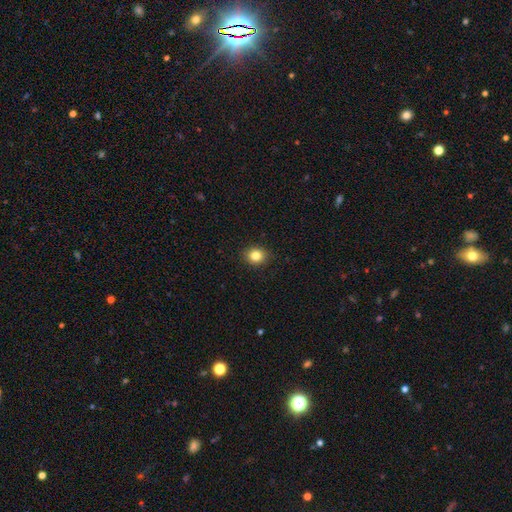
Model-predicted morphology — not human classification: Smooth or featured? Predicted: smooth (p=0.83). How rounded? Predicted: round (p=0.71). Merging? Predicted: none (p=0.90).